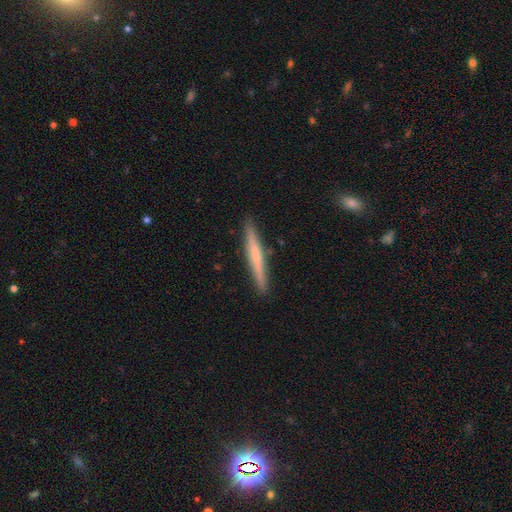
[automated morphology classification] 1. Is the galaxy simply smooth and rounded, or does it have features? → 52% smooth, 43% featured or disk, 6% star or artifact.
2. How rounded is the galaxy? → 97% cigar-shaped, 2% in between, 1% round.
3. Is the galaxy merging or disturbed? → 91% none, 7% minor disturbance, 1% major disturbance, 1% merger.